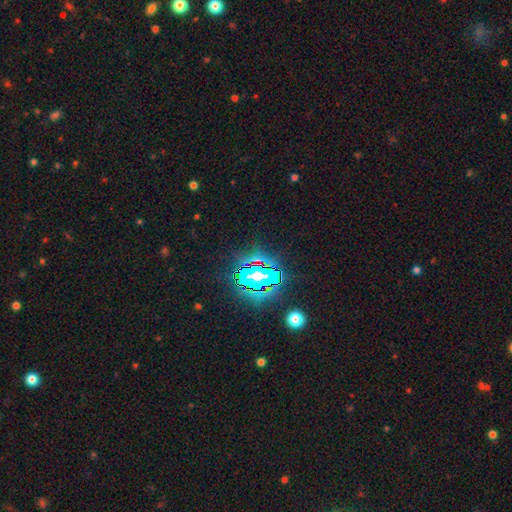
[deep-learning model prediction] A star or artifact, not a galaxy (85%).

Vote fractions:
- Smooth or featured? star or artifact: 85% / smooth: 8% / featured or disk: 6%